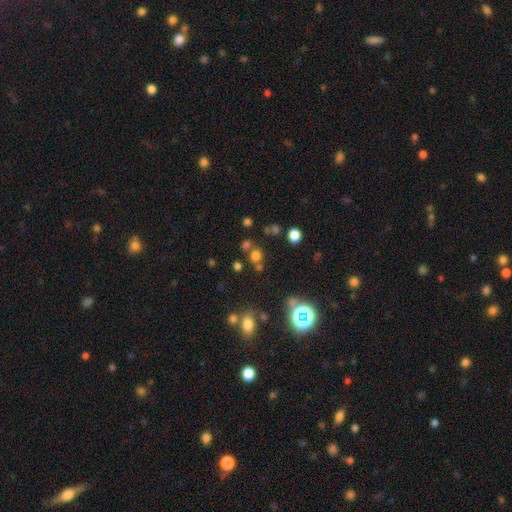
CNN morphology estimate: smooth 64%, star or artifact 27%, featured or disk 8%. Down the decision tree: how rounded — round (78%); merging — none (65%).